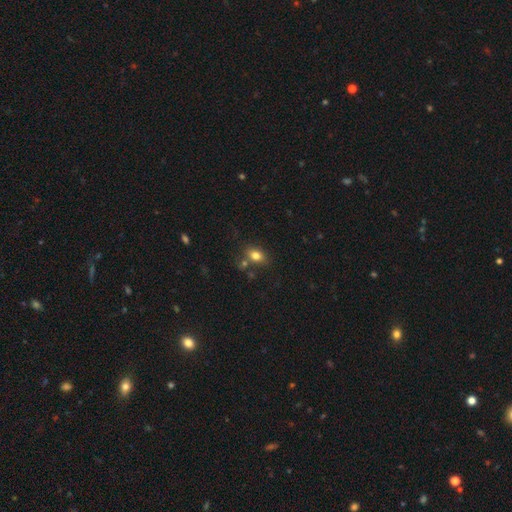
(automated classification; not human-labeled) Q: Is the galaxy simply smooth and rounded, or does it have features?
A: smooth — 79%.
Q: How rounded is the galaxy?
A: in between — 73%.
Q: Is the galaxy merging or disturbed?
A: none — 68%.